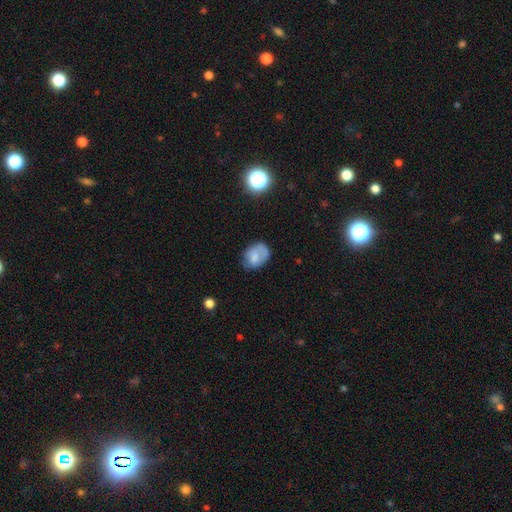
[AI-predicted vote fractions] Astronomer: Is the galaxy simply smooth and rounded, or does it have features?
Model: smooth — 67%.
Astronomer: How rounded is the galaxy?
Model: in between — 67%.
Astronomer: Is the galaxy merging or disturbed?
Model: none — 54% (runner-up: minor disturbance, 29%).